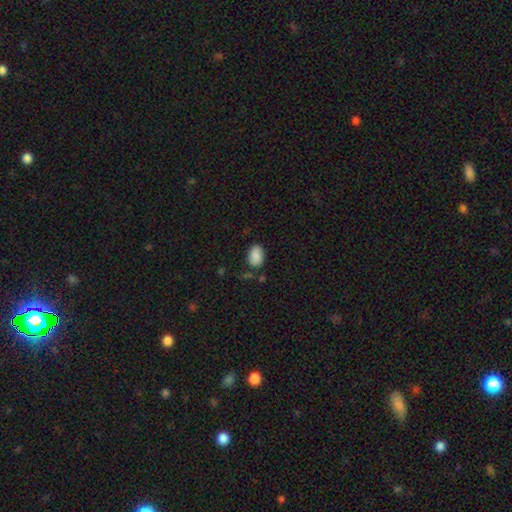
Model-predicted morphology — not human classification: smooth 87%, star or artifact 8%, featured or disk 5%. Down the decision tree: how rounded — in between (86%); merging — none (77%).